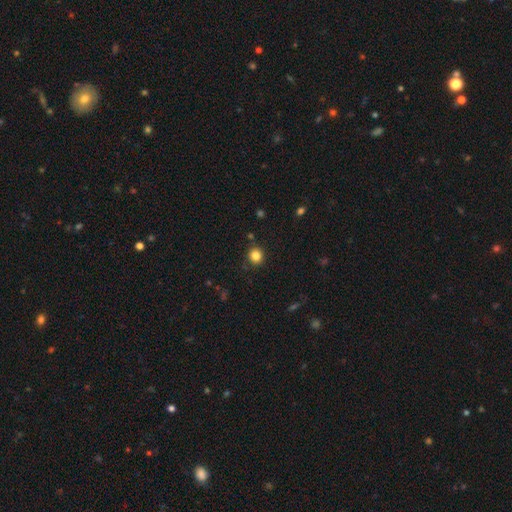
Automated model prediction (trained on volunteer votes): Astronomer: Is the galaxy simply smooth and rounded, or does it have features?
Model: smooth — 83%.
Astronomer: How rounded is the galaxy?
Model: round — 87%.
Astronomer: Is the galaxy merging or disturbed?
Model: none — 87%.